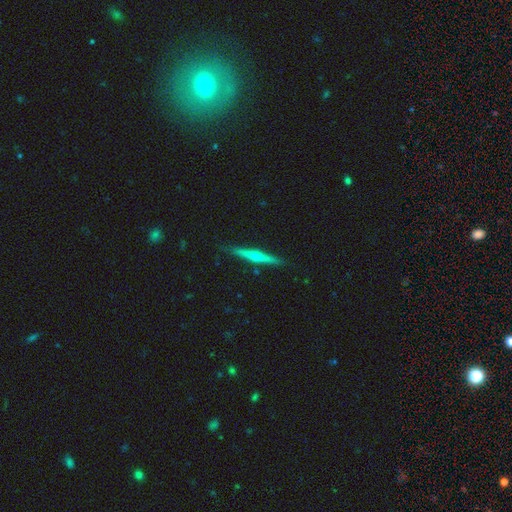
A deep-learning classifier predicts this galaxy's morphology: smooth_or_featured: featured or disk (p=0.71) [alt: smooth p=0.23]
disk_edge_on: yes (p=0.97) [alt: no p=0.03]
edge_on_bulge: rounded (p=0.90) [alt: none p=0.07]
merging: none (p=0.89) [alt: minor disturbance p=0.08]